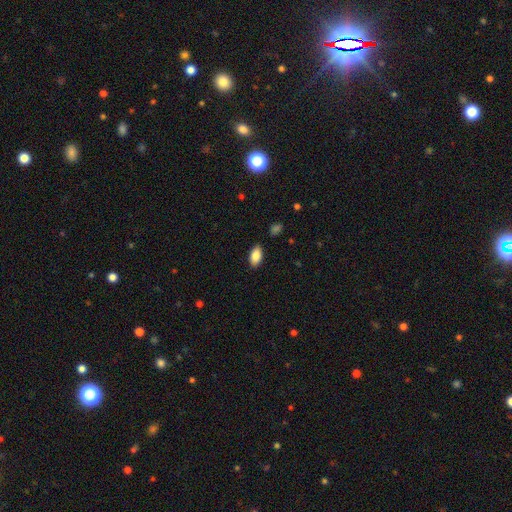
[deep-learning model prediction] A smooth galaxy with no disk features (86%) that is in between round and cigar-shaped (93%). Merging: none (86%).